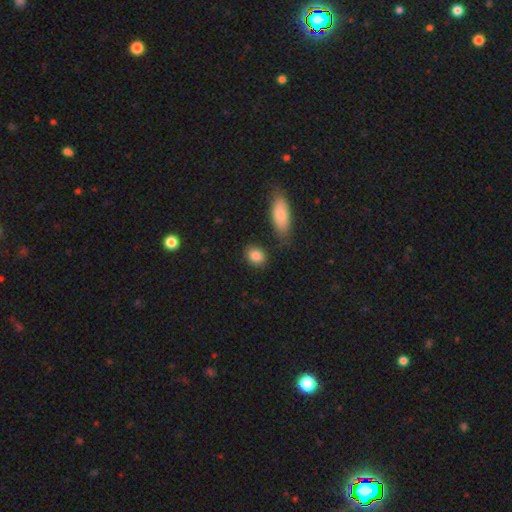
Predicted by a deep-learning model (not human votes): Smooth or featured? smooth (86%)
How rounded? in between (52%)
Merging? none (79%)